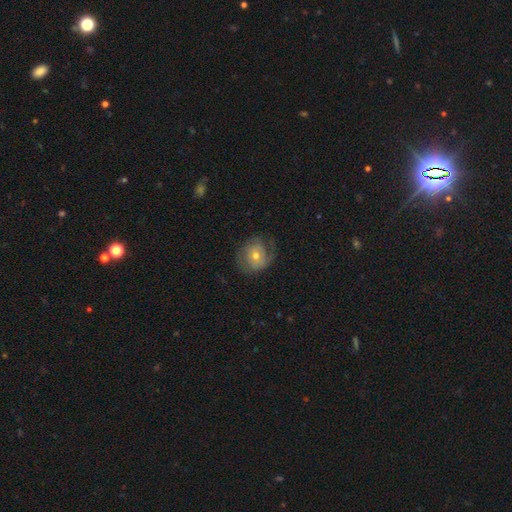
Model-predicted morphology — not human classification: Overall: featured or disk (54%; smooth 39%). Edge-on disk: no (97%). Bar: no (76%). Spiral arms: yes (75%). Bulge size: moderate (60%; small 34%). Merging: none (62%; minor disturbance 22%).